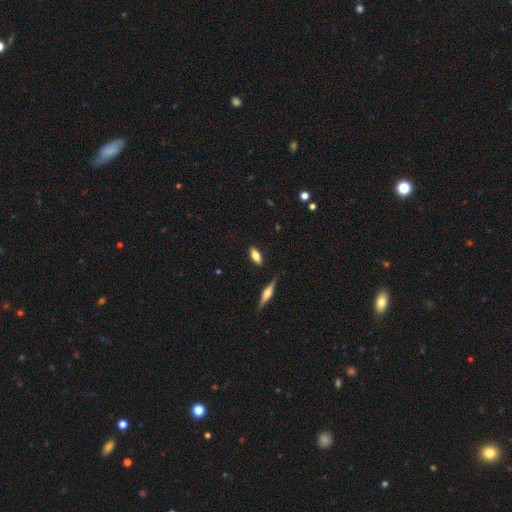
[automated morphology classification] The model was most divided on "smooth or featured": smooth: 72%, featured or disk: 20%, star or artifact: 8%. More confident: merging — none (86%); how rounded — in between (79%).